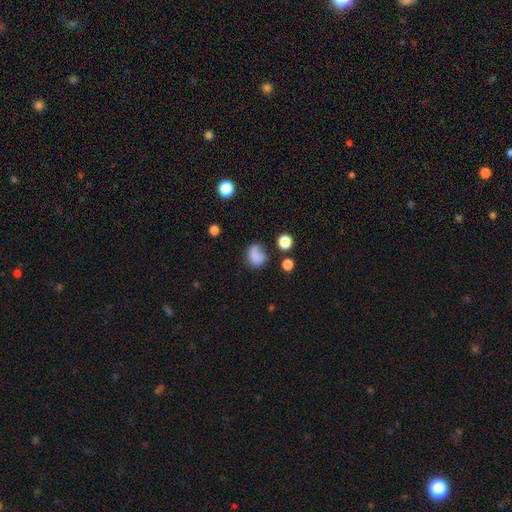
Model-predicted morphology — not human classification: This appears to be a smooth galaxy with no disk features (79%) that is round (51%). Merging: none (50%).